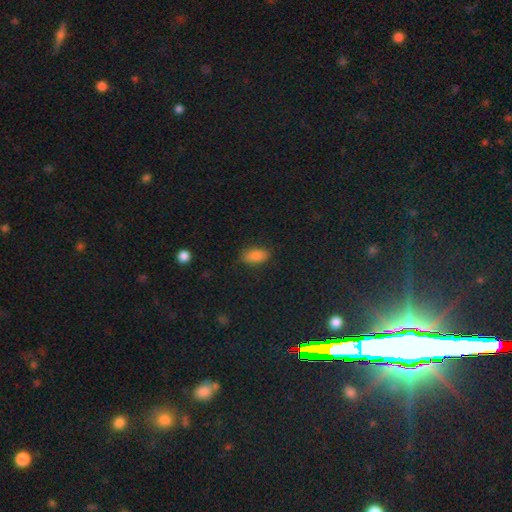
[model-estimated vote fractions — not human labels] smooth_or_featured: smooth (p=0.86) [alt: star or artifact p=0.10]
how_rounded: in between (p=0.91) [alt: cigar-shaped p=0.04]
merging: none (p=0.83) [alt: minor disturbance p=0.12]